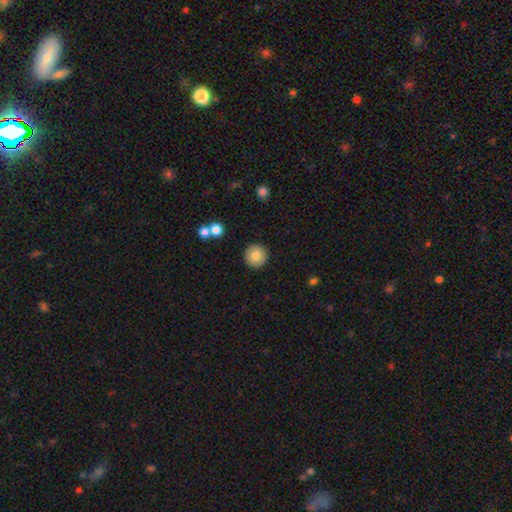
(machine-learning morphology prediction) This is clearly a smooth galaxy (82%). How rounded: clearly round (95%). Merging: clearly none (91%).